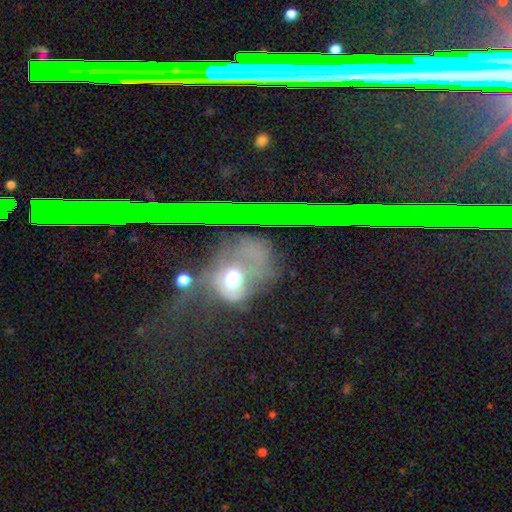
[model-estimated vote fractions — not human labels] smooth_or_featured: smooth (p=0.40) [alt: star or artifact p=0.36]
merging: none (p=0.59) [alt: minor disturbance p=0.19]